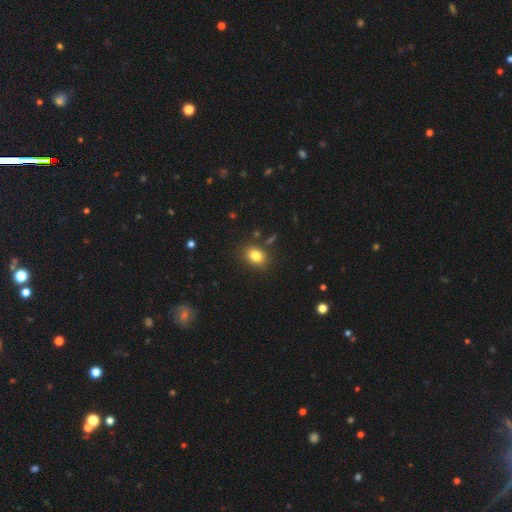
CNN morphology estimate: A smooth galaxy with no disk features (82%) that is in between round and cigar-shaped (62%).

Vote fractions:
- Smooth or featured? smooth: 82% / star or artifact: 11% / featured or disk: 8%
- How rounded? in between: 62% / round: 37% / cigar-shaped: 1%
- Merging? none: 83% / minor disturbance: 11% / merger: 4% / major disturbance: 3%